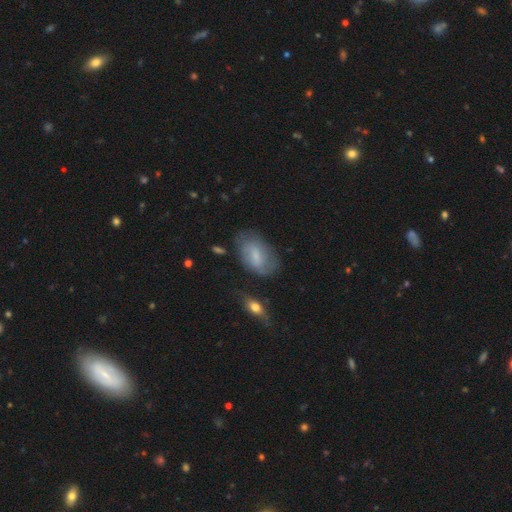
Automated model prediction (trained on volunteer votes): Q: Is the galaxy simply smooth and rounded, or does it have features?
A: smooth — 56%.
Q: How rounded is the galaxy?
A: in between — 91%.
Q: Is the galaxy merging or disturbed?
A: none — 66%.